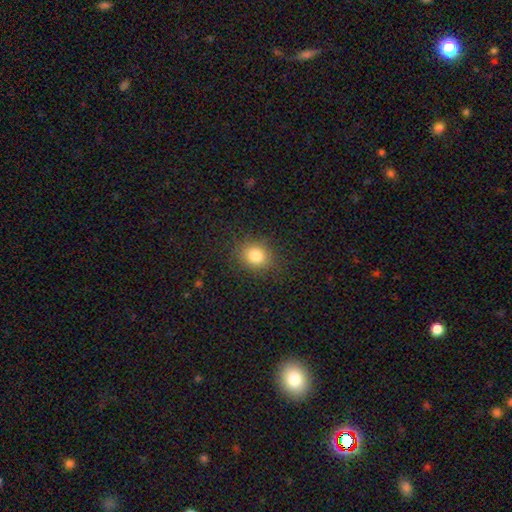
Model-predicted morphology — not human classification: Overall: smooth (81%). How rounded: round (67%; in between 32%). Merging: none (86%).